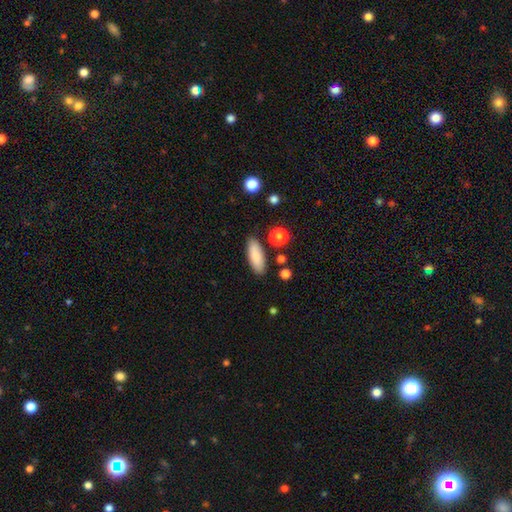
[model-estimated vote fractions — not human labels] smooth 85%, featured or disk 8%, star or artifact 7%. Down the decision tree: how rounded — in between (67%); merging — none (85%).